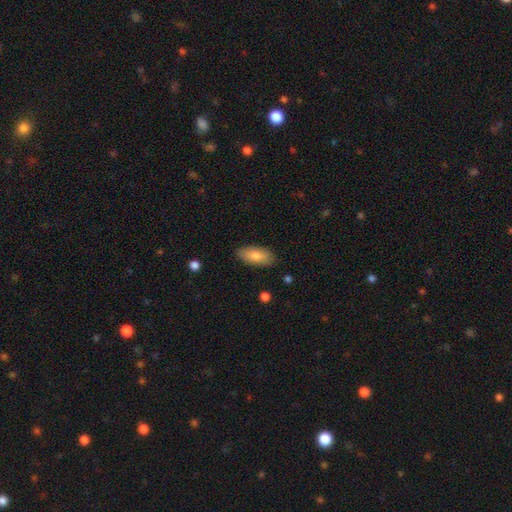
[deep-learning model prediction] Smooth or featured: smooth — 81% (featured or disk — 13%)
How rounded: in between — 87% (cigar-shaped — 11%)
Merging: none — 85% (minor disturbance — 11%)